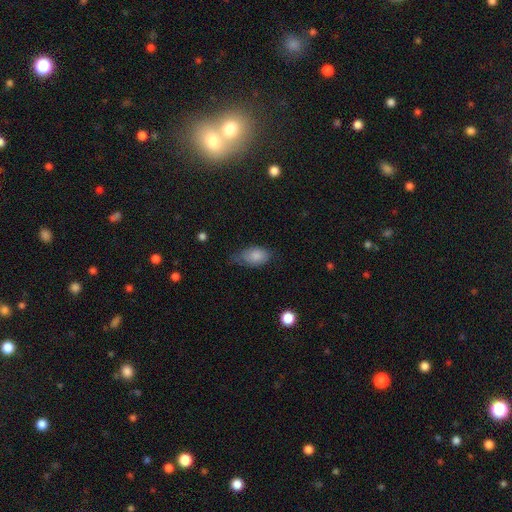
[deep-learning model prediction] A smooth galaxy with no disk features (81%) that is in between round and cigar-shaped (89%). Merging: none (44%).